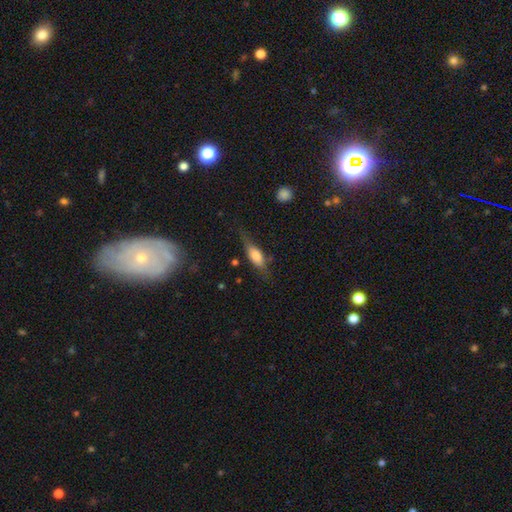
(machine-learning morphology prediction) smooth-or-featured: smooth: 58% | featured or disk: 35% | star or artifact: 7%
  how-rounded: in between: 54% | cigar-shaped: 43% | round: 3%
  merging: none: 64% | minor disturbance: 24% | major disturbance: 9% | merger: 3%